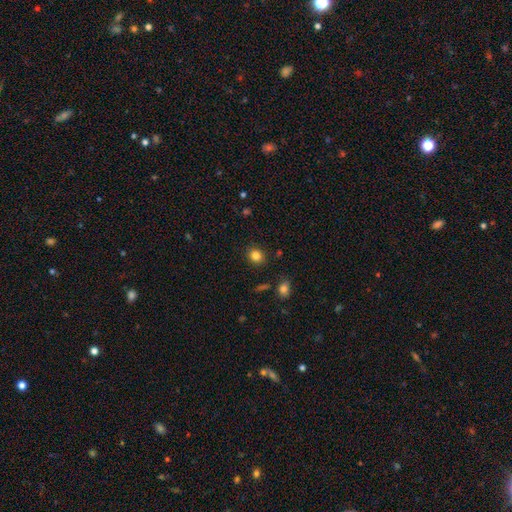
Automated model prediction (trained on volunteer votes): Smooth or featured? Predicted: smooth (p=0.83). How rounded? Predicted: round (p=0.71). Merging? Predicted: none (p=0.88).